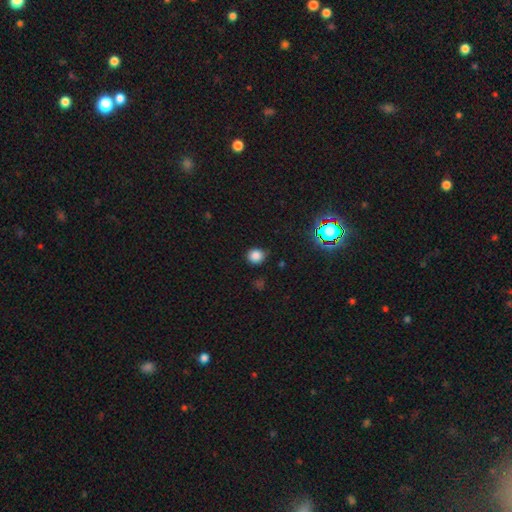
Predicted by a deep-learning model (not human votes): Smooth or featured: smooth — 81% (star or artifact — 15%)
How rounded: round — 85% (in between — 14%)
Merging: none — 85% (minor disturbance — 11%)